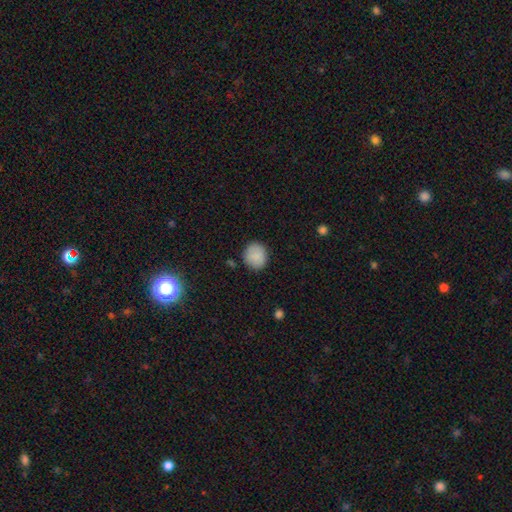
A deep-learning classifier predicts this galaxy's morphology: Smooth or featured? smooth (87%)
How rounded? round (81%)
Merging? none (86%)